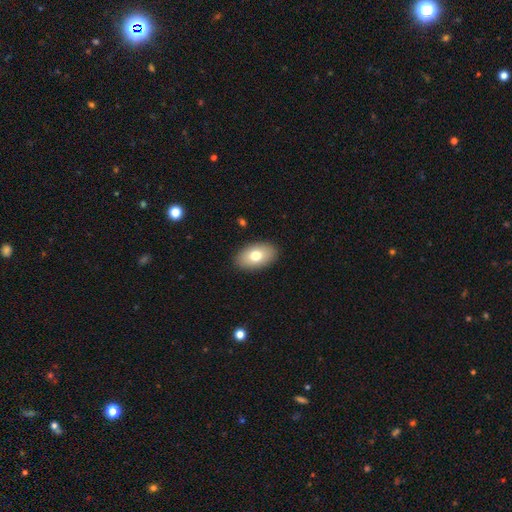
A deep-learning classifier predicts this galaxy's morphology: smooth-or-featured: smooth: 76% | featured or disk: 17% | star or artifact: 7%
  how-rounded: in between: 92% | round: 6% | cigar-shaped: 1%
  merging: none: 89% | minor disturbance: 8% | major disturbance: 2% | merger: 1%